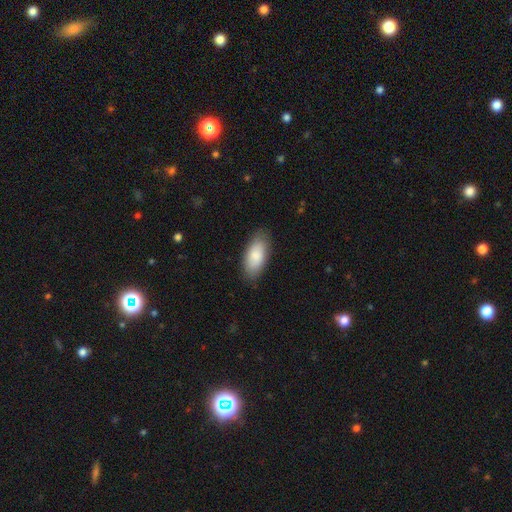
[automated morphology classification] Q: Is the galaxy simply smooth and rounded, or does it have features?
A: smooth — 84%.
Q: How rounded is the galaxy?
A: in between — 89%.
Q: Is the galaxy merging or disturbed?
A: none — 83%.